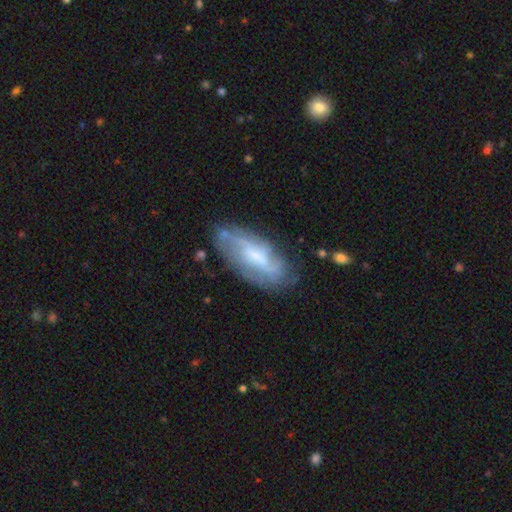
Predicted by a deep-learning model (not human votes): Smooth or featured: featured or disk — 64% (smooth — 29%)
Edge-on disk: no — 87% (yes — 13%)
Bar: no — 42% (tied with weak — 42%)
Spiral arms: yes — 78% (no — 22%)
Bulge size: small — 34% (moderate — 32%)
Merging: none — 66% (minor disturbance — 21%)